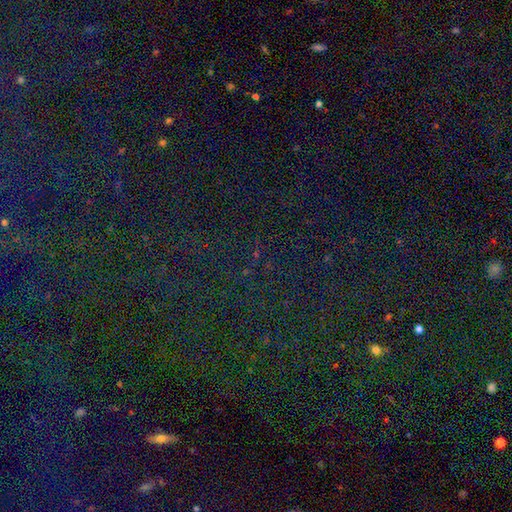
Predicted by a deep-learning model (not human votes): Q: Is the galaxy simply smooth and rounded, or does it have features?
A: star or artifact — 83%.